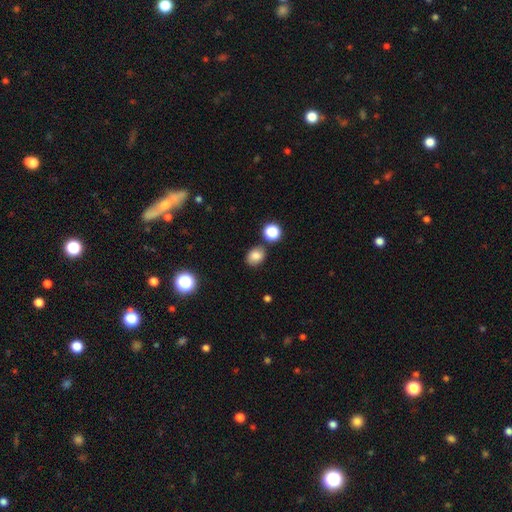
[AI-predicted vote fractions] Overall: smooth (81%). How rounded: in between (50%; round 49%). Merging: none (76%).